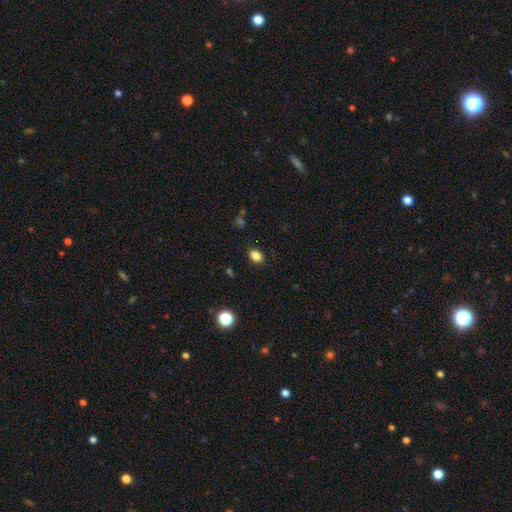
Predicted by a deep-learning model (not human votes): Morphology: type=smooth (84%); roundness=in between (81%); merging=none (87%).